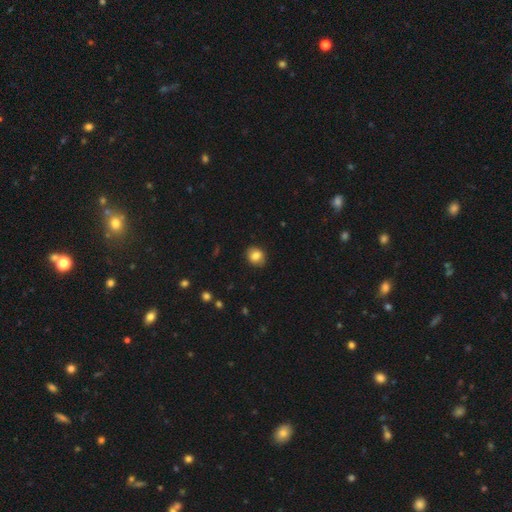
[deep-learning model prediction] Overall: smooth (83%). How rounded: round (63%; in between 36%). Merging: none (87%).